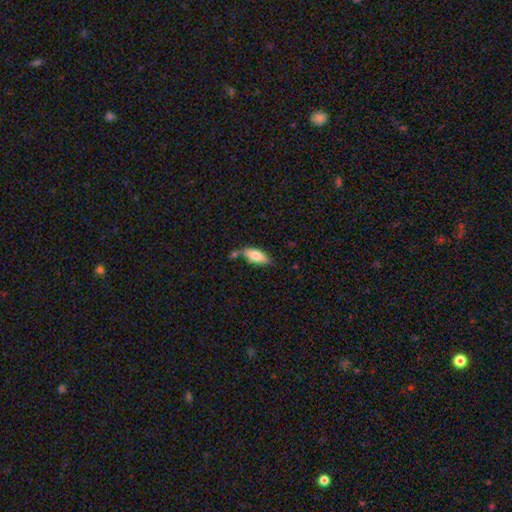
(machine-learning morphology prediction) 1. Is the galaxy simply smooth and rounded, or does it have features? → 76% smooth, 17% featured or disk, 7% star or artifact.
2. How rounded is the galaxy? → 83% in between, 15% cigar-shaped, 2% round.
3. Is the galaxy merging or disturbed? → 53% none, 23% minor disturbance, 18% merger, 6% major disturbance.